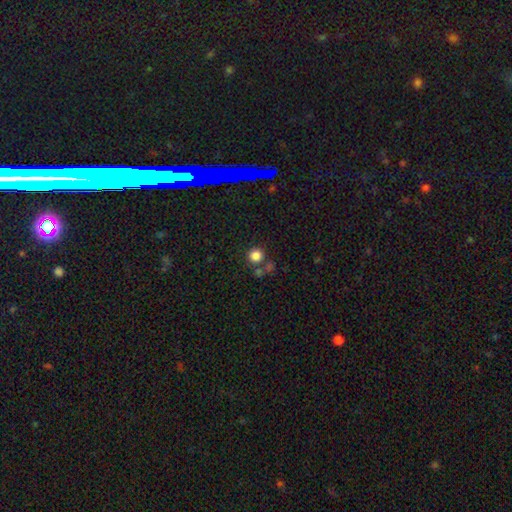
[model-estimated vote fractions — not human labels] Morphology: type=smooth (80%); roundness=round (94%); merging=none (73%).